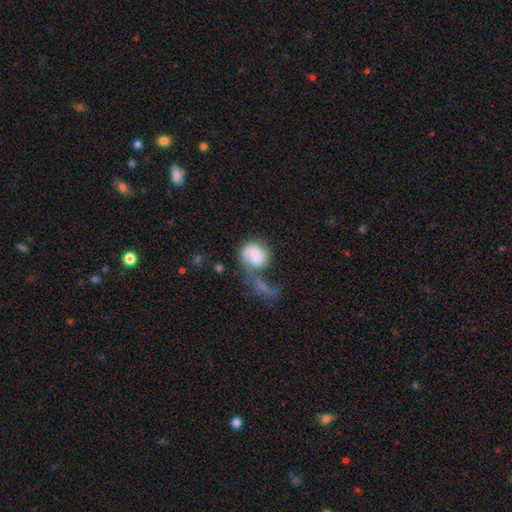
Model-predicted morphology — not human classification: smooth-or-featured: smooth: 52% | featured or disk: 40% | star or artifact: 8%
  how-rounded: round: 65% | in between: 34% | cigar-shaped: 1%
  merging: merger: 35% | major disturbance: 29% | none: 21% | minor disturbance: 15%